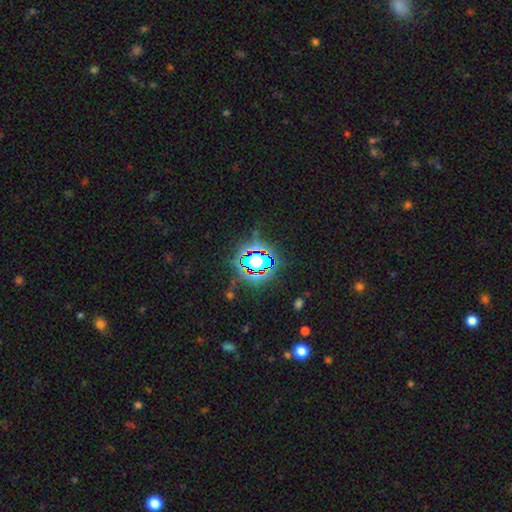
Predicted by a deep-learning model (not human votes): Smooth or featured?
  - star or artifact: 83% *
  - smooth: 10%
  - featured or disk: 7%